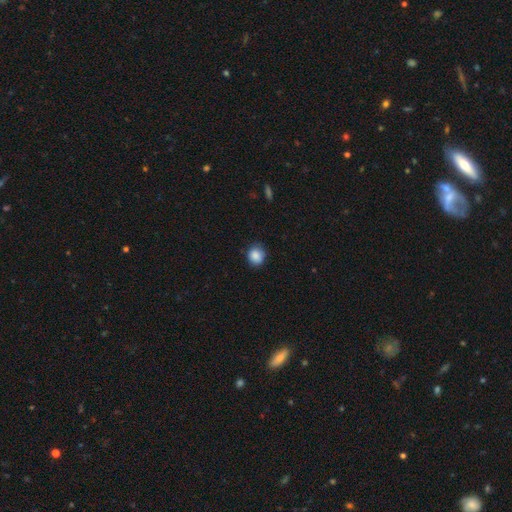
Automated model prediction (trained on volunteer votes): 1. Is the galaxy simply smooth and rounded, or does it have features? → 86% smooth, 9% star or artifact, 5% featured or disk.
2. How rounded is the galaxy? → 82% round, 17% in between, 1% cigar-shaped.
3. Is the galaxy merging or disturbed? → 77% none, 18% minor disturbance, 3% major disturbance, 1% merger.